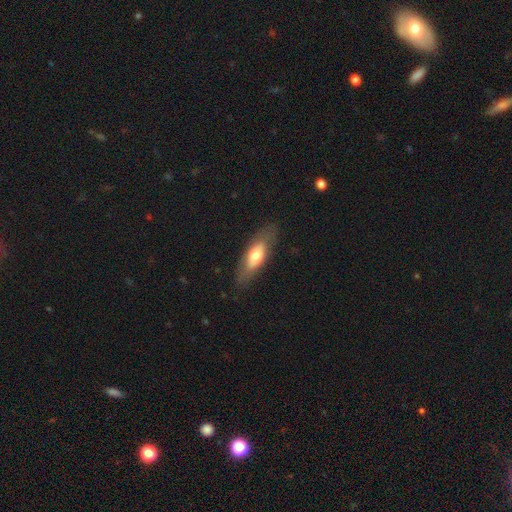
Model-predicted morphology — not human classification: Smooth or featured? Predicted: smooth (p=0.60). How rounded? Predicted: in between (p=0.68). Merging? Predicted: none (p=0.80).